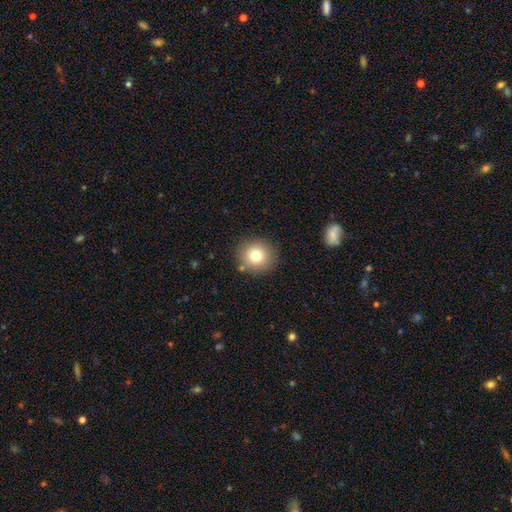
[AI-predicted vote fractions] Overall: smooth (78%). How rounded: round (90%). Merging: none (86%).